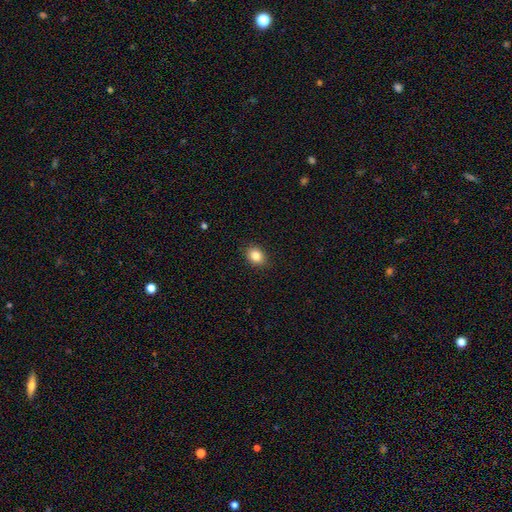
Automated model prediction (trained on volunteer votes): Q: Smooth or featured?
A: smooth (85%); runner-up: star or artifact (9%)
Q: How rounded?
A: in between (56%); runner-up: round (43%)
Q: Merging?
A: none (88%); runner-up: minor disturbance (9%)